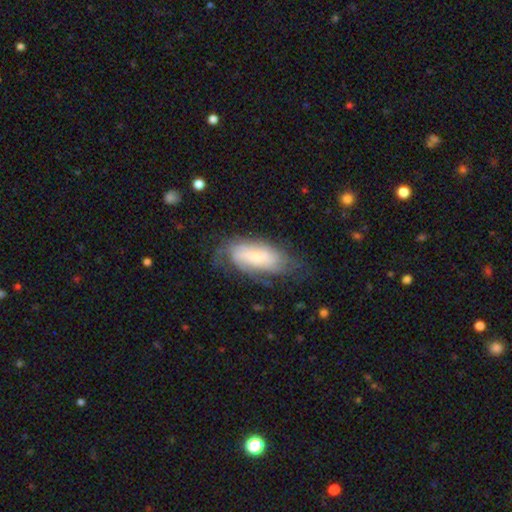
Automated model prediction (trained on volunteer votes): Smooth or featured: featured or disk — 54% (smooth — 39%)
Edge-on disk: no — 88% (yes — 12%)
Merging: none — 60% (minor disturbance — 25%)